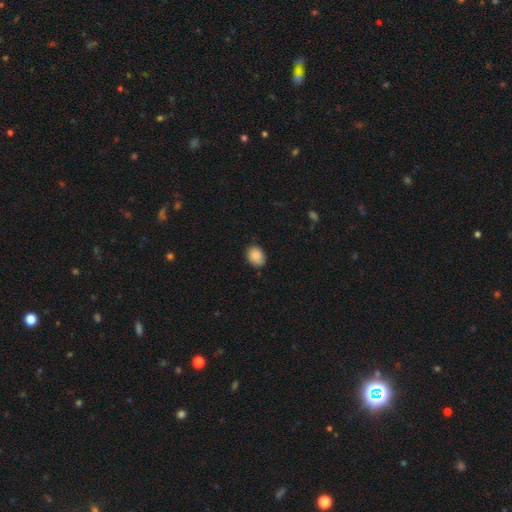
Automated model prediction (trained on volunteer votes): smooth_or_featured: smooth (p=0.87) [alt: star or artifact p=0.08]
how_rounded: in between (p=0.57) [alt: round p=0.42]
merging: none (p=0.78) [alt: minor disturbance p=0.19]